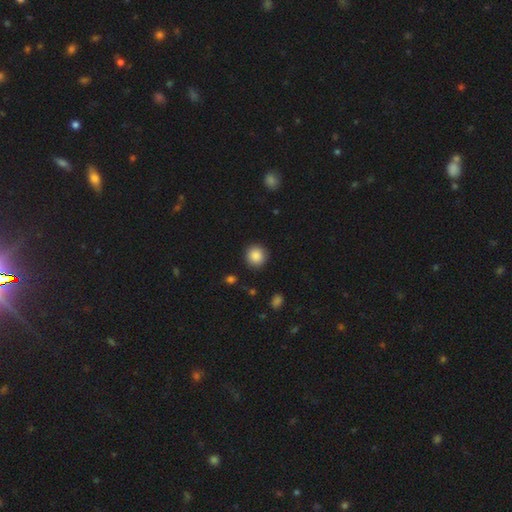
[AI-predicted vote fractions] smooth 88%, star or artifact 9%, featured or disk 3%. Down the decision tree: how rounded — round (92%); merging — none (90%).